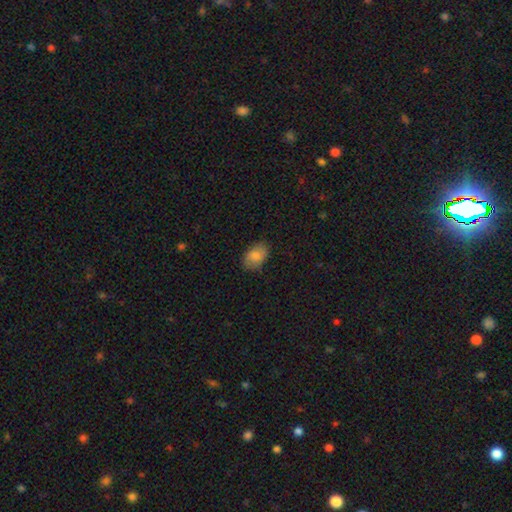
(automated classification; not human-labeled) Smooth or featured: smooth — 80% (featured or disk — 12%)
How rounded: in between — 85% (round — 14%)
Merging: none — 78% (minor disturbance — 17%)